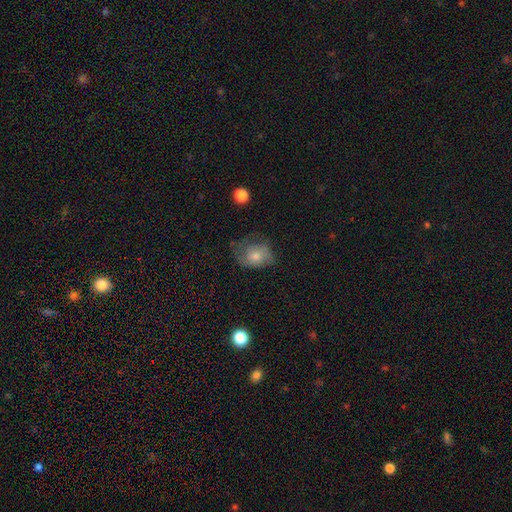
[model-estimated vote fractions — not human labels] smooth_or_featured: smooth (p=0.55) [alt: featured or disk p=0.35]
how_rounded: in between (p=0.56) [alt: round p=0.43]
merging: none (p=0.45) [alt: minor disturbance p=0.31]